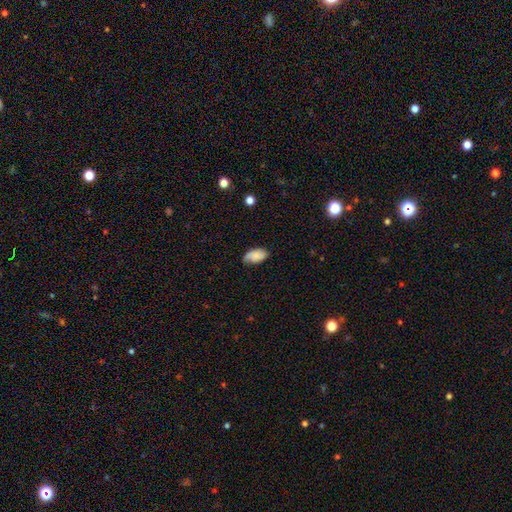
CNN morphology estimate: Smooth or featured? smooth (71%)
How rounded? in between (93%)
Merging? none (56%)